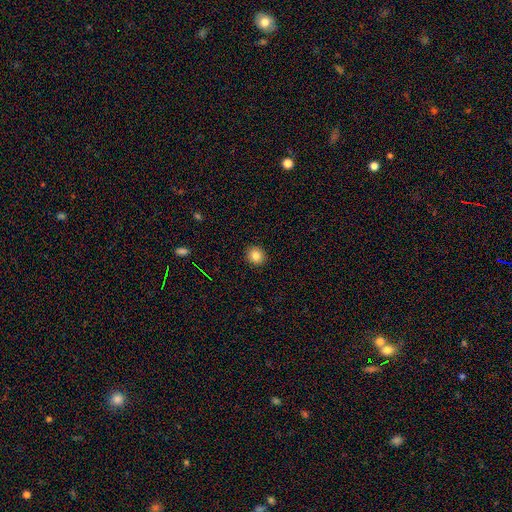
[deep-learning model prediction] Q: Smooth or featured?
A: smooth (84%); runner-up: star or artifact (10%)
Q: How rounded?
A: round (86%); runner-up: in between (13%)
Q: Merging?
A: none (92%); runner-up: minor disturbance (5%)